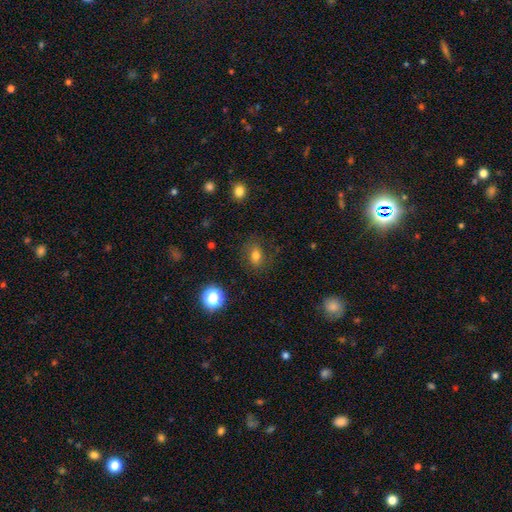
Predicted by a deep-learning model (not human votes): This is likely a smooth galaxy (72%). How rounded: likely in between (67%). Merging: likely none (80%).